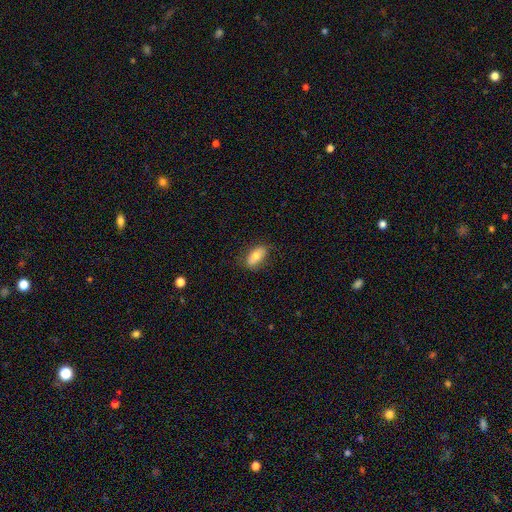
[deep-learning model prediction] smooth-or-featured: smooth: 72% | featured or disk: 21% | star or artifact: 7%
  how-rounded: in between: 90% | cigar-shaped: 5% | round: 5%
  merging: none: 80% | minor disturbance: 16% | major disturbance: 4% | merger: 1%